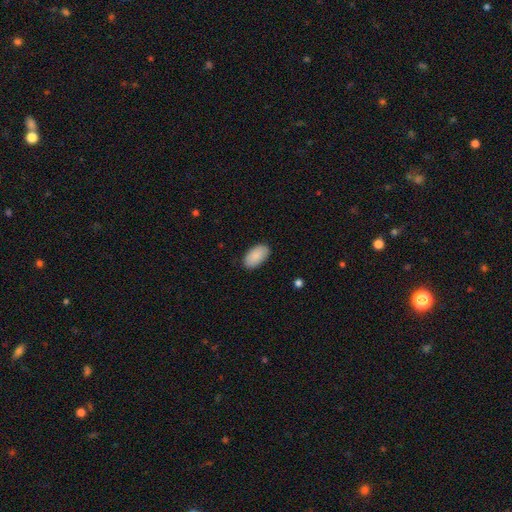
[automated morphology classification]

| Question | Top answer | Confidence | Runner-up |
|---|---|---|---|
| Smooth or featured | smooth | 88% | star or artifact (6%) |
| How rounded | in between | 95% | round (3%) |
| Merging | none | 87% | minor disturbance (10%) |